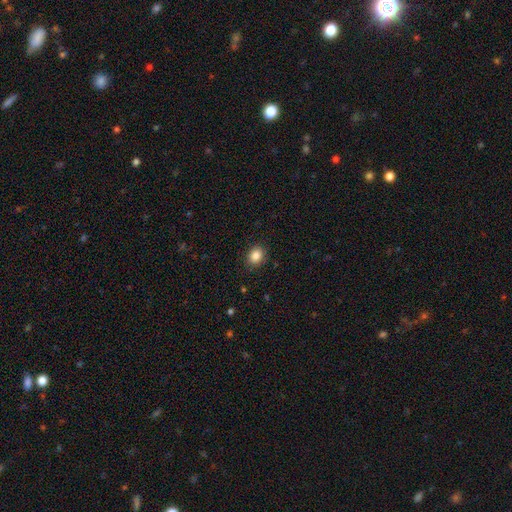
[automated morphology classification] This appears to be a smooth galaxy with no disk features (85%) that is round (58%). Merging: none (89%).